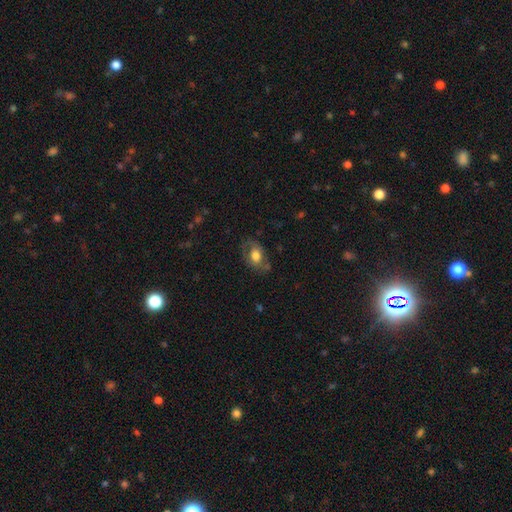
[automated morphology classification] type=smooth (57%); roundness=in between (78%); merging=none (61%).